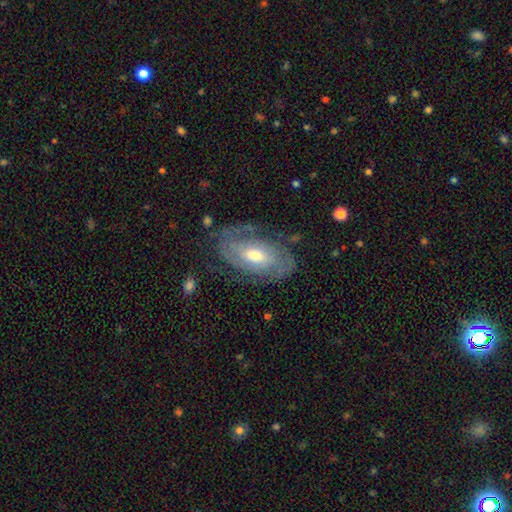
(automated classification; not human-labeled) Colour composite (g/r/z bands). It shows a featured or disk galaxy (77%) with no bar (47%), 2 (51%) tight (59%) spiral arms (86%) and a moderate central bulge (69%). Merging: none (71%).